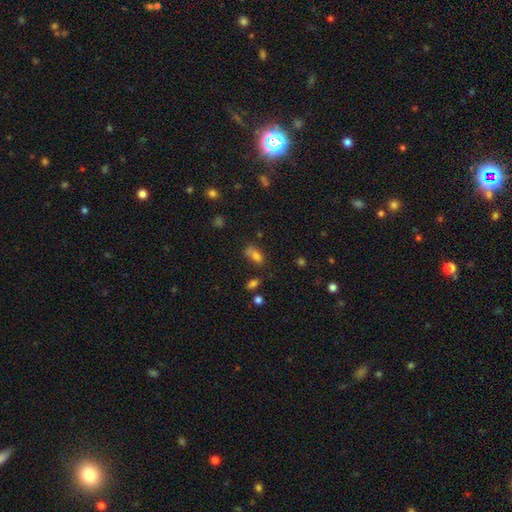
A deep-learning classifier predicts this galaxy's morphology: Smooth or featured: smooth — 75% (star or artifact — 14%)
How rounded: in between — 81% (round — 13%)
Merging: none — 44% (merger — 26%)